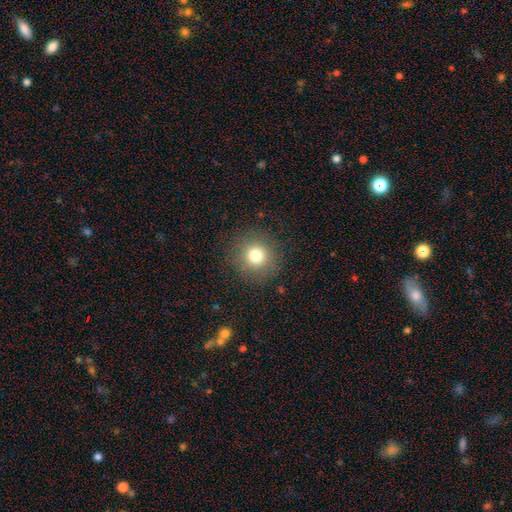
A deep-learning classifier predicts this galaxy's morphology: This appears to be a smooth galaxy with no disk features (77%) that is round (95%). Merging: none (89%).